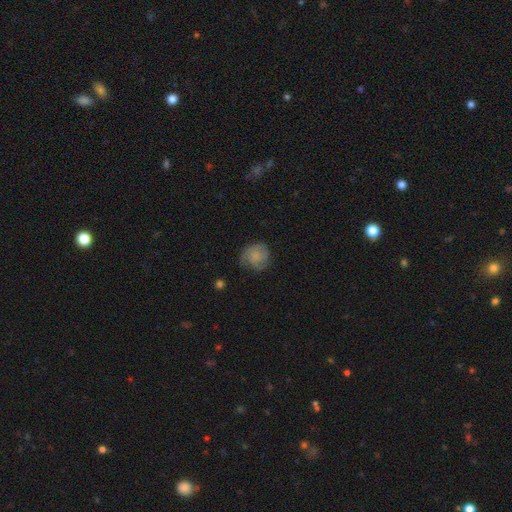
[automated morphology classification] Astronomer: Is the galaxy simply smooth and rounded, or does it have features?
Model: smooth — 55% (runner-up: featured or disk, 36%).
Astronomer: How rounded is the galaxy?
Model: round — 82%.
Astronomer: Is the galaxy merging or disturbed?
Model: none — 63%.